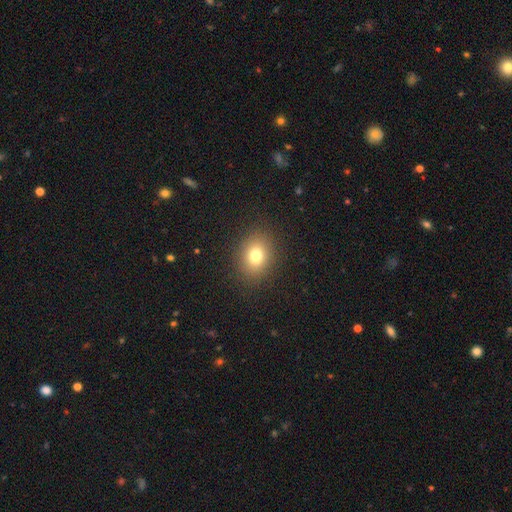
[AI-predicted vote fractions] A smooth galaxy with no disk features (76%) that is round (55%). Merging: none (88%).